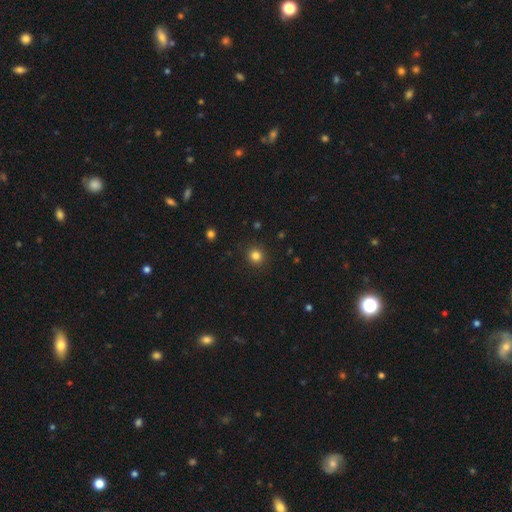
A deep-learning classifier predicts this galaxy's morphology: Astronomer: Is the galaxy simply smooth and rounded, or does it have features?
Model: smooth — 83%.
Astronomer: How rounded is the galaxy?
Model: round — 90%.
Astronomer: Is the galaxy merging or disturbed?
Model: none — 91%.